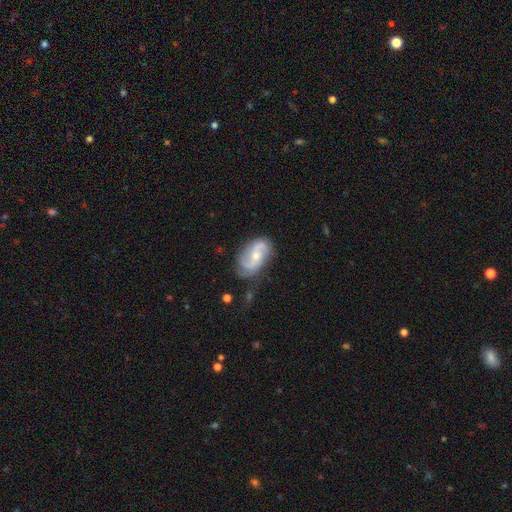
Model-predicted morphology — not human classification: smooth_or_featured: featured or disk (p=0.81) [alt: smooth p=0.13]
disk_edge_on: no (p=0.97) [alt: yes p=0.03]
bar: no (p=0.53) [alt: weak p=0.36]
has_spiral_arms: yes (p=0.95) [alt: no p=0.05]
spiral_winding: medium (p=0.43) [alt: loose p=0.38]
spiral_arm_count: 2 (p=0.82) [alt: can't tell p=0.07]
bulge_size: small (p=0.50) [alt: moderate p=0.46]
merging: none (p=0.67) [alt: minor disturbance p=0.22]